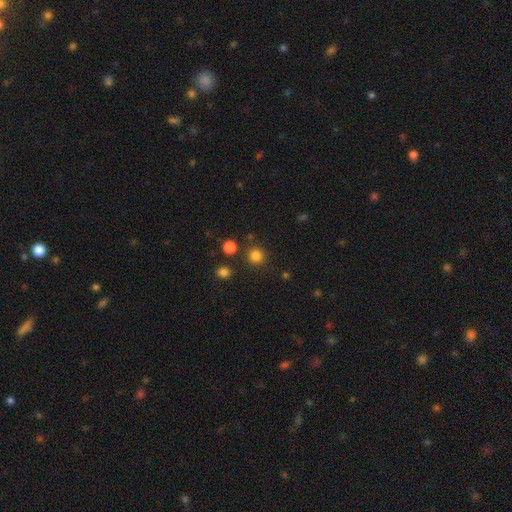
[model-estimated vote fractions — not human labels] A smooth galaxy with no disk features (81%) that is round (92%).

Vote fractions:
- Smooth or featured? smooth: 81% / star or artifact: 15% / featured or disk: 4%
- How rounded? round: 92% / in between: 7% / cigar-shaped: 1%
- Merging? none: 85% / minor disturbance: 7% / merger: 5% / major disturbance: 3%